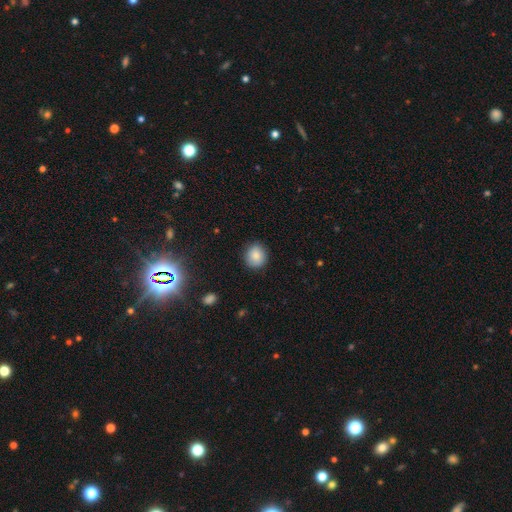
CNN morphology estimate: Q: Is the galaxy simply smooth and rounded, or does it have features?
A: smooth — 85%.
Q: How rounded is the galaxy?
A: round — 82%.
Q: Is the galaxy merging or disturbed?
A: none — 88%.